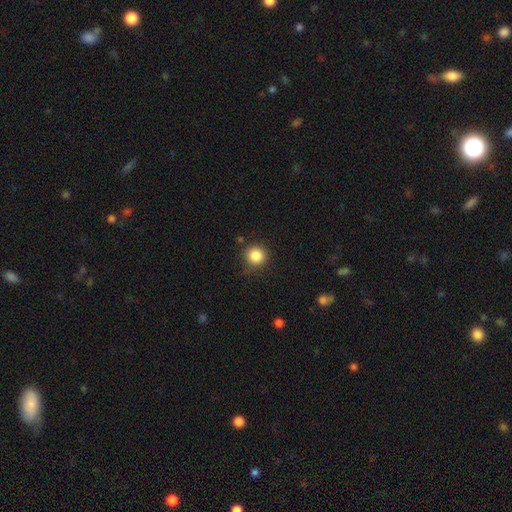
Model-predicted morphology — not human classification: Smooth or featured? Predicted: smooth (p=0.86). How rounded? Predicted: round (p=0.94). Merging? Predicted: none (p=0.85).